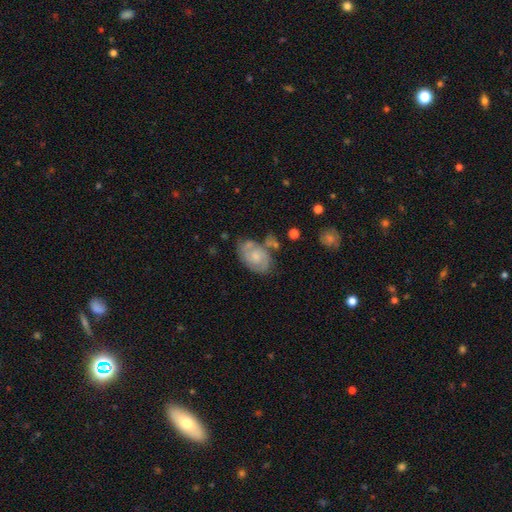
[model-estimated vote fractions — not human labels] Q: Smooth or featured?
A: featured or disk (66%); runner-up: smooth (27%)
Q: Edge-on disk?
A: no (96%); runner-up: yes (4%)
Q: Bar?
A: no (69%); runner-up: weak (28%)
Q: Spiral arms?
A: yes (86%); runner-up: no (14%)
Q: Spiral winding?
A: tight (48%); runner-up: medium (40%)
Q: Spiral arm count?
A: 2 (61%); runner-up: can't tell (22%)
Q: Bulge size?
A: small (43%); runner-up: moderate (40%)
Q: Merging?
A: none (57%); runner-up: minor disturbance (23%)